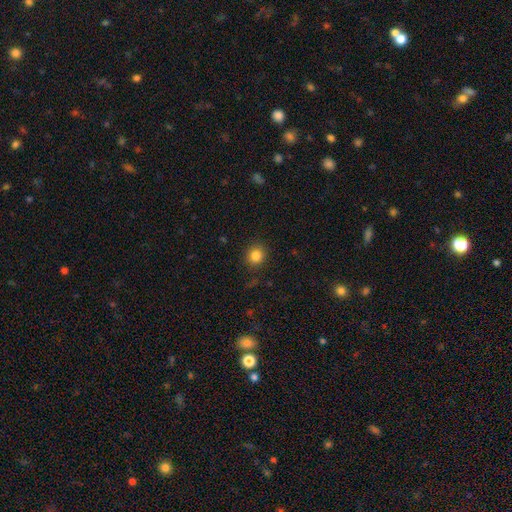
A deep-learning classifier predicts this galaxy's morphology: smooth_or_featured: smooth (p=0.83) [alt: star or artifact p=0.12]
how_rounded: round (p=0.87) [alt: in between p=0.12]
merging: none (p=0.89) [alt: minor disturbance p=0.08]